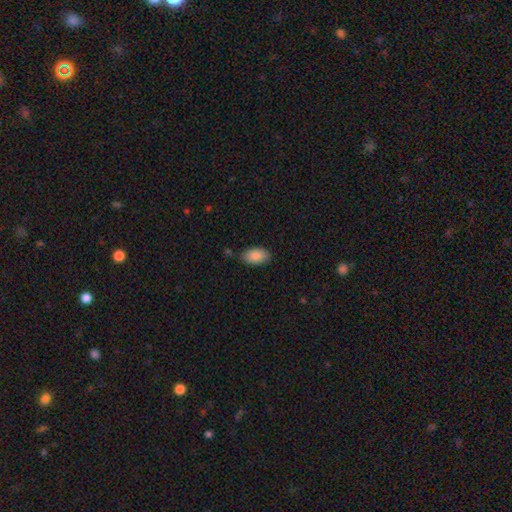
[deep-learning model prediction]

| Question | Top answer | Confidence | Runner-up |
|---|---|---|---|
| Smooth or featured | smooth | 88% | star or artifact (7%) |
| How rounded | in between | 94% | round (4%) |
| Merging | none | 81% | minor disturbance (14%) |